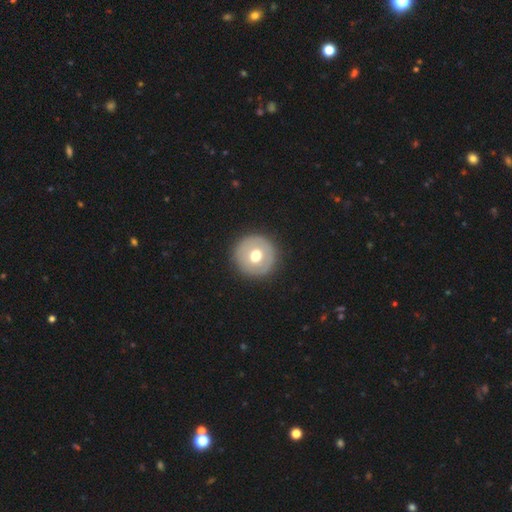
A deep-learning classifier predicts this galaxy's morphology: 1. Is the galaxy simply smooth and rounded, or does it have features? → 60% smooth, 32% featured or disk, 8% star or artifact.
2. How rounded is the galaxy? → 96% round, 3% in between, 1% cigar-shaped.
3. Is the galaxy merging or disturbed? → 90% none, 7% minor disturbance, 3% major disturbance, 1% merger.